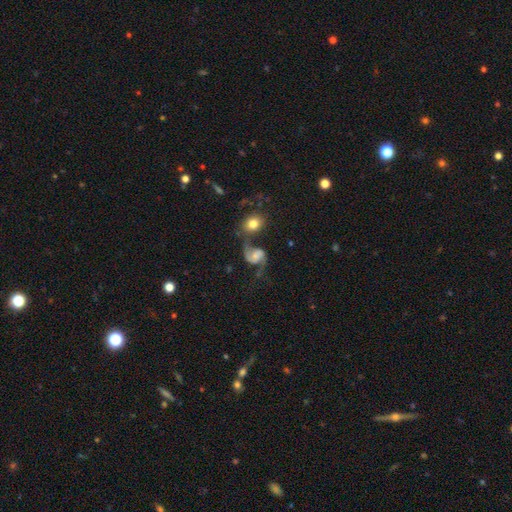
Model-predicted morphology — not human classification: The model was most divided on "bulge size": small: 36%, moderate: 31%, none: 21%, large: 9%, dominant: 2%. Remaining: edge-on disk — no (98%); spiral arms — yes (96%); spiral arm count — 2 (92%); smooth or featured — featured or disk (82%); spiral winding — loose (54%); bar — no (52%); merging — none (49%).